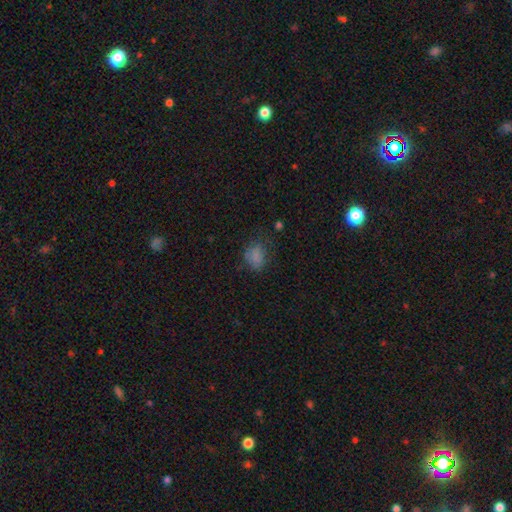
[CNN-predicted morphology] This appears to be a smooth galaxy with no disk features (77%) that is in between round and cigar-shaped (63%). Merging: none (59%).